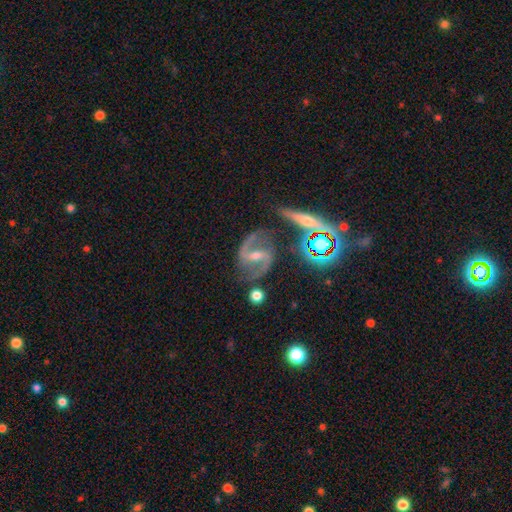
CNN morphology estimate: Smooth or featured?
  - featured or disk: 88% *
  - star or artifact: 8%
  - smooth: 5%
Edge-on disk?
  - no: 96% *
  - yes: 4%
Bar?
  - strong: 51% *
  - weak: 35%
  - no: 13%
Spiral arms?
  - yes: 97% *
  - no: 3%
Spiral winding?
  - medium: 56% *
  - loose: 30%
  - tight: 14%
Spiral arm count?
  - 2: 93% *
  - can't tell: 2%
  - 1: 1%
  - 3: 1%
  - 4: 1%
  - more than 4: 1%
Bulge size?
  - small: 49% *
  - moderate: 45%
  - none: 3%
  - large: 2%
  - dominant: 1%
Merging?
  - none: 73% *
  - minor disturbance: 15%
  - major disturbance: 6%
  - merger: 6%